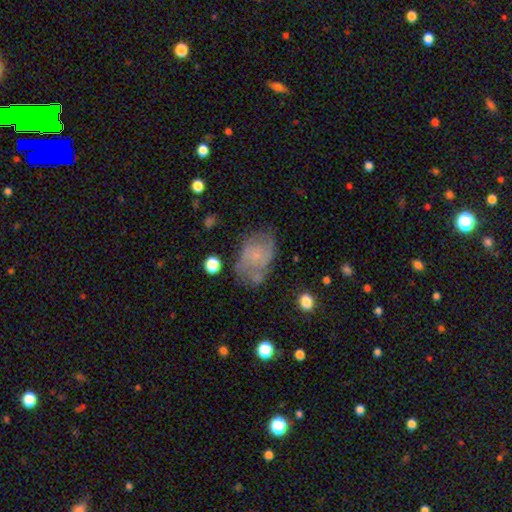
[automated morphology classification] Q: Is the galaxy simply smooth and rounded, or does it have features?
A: featured or disk — 54%.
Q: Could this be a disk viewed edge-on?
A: no — 97%.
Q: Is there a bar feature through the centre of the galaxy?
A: no — 78%.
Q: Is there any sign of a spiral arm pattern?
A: yes — 69%.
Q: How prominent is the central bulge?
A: small — 62%.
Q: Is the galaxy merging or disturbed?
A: none — 49%.